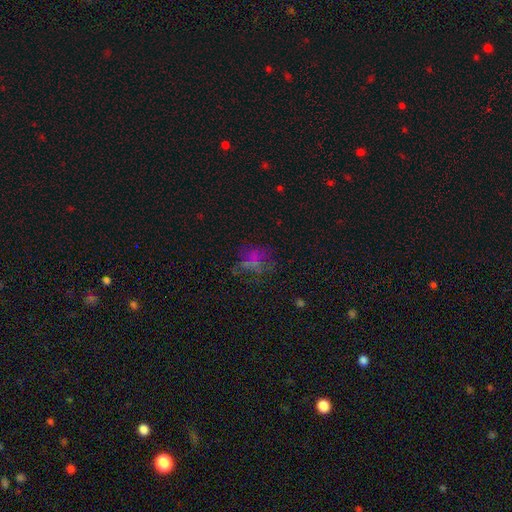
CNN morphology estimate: A smooth galaxy with no disk features (39%).

Vote fractions:
- Smooth or featured? smooth: 39% / featured or disk: 32% / star or artifact: 29%
- Merging? none: 51% / major disturbance: 27% / minor disturbance: 18% / merger: 5%